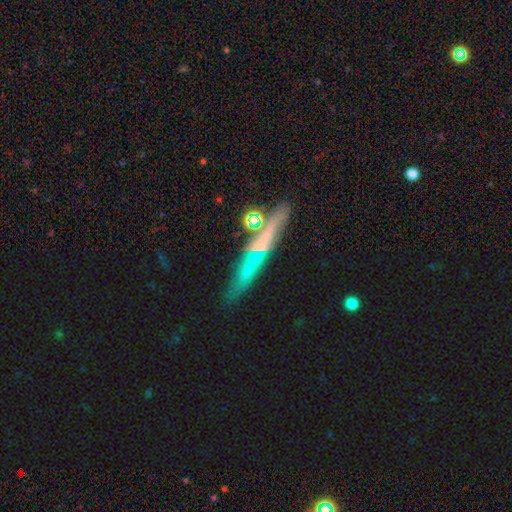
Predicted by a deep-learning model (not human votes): Smooth or featured: featured or disk — 48% (smooth — 40%)
Merging: none — 74% (minor disturbance — 14%)